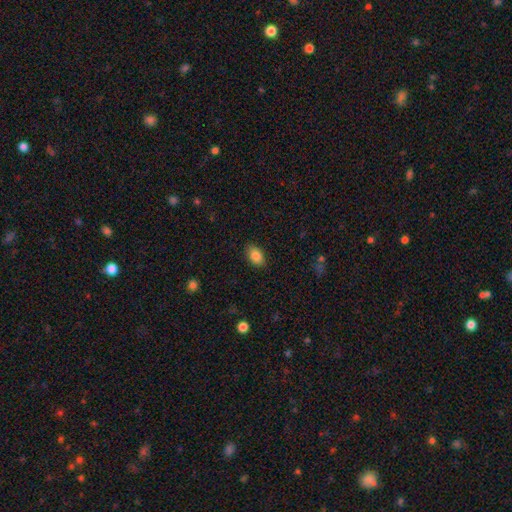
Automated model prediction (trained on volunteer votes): Smooth or featured?
  - smooth: 86% *
  - star or artifact: 8%
  - featured or disk: 6%
How rounded?
  - in between: 87% *
  - round: 12%
  - cigar-shaped: 1%
Merging?
  - none: 87% *
  - minor disturbance: 10%
  - major disturbance: 2%
  - merger: 1%